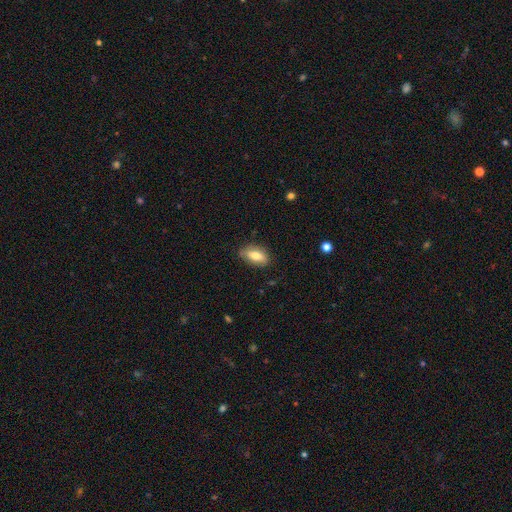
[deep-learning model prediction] smooth 75%, featured or disk 18%, star or artifact 7%. Down the decision tree: how rounded — in between (89%); merging — none (79%).